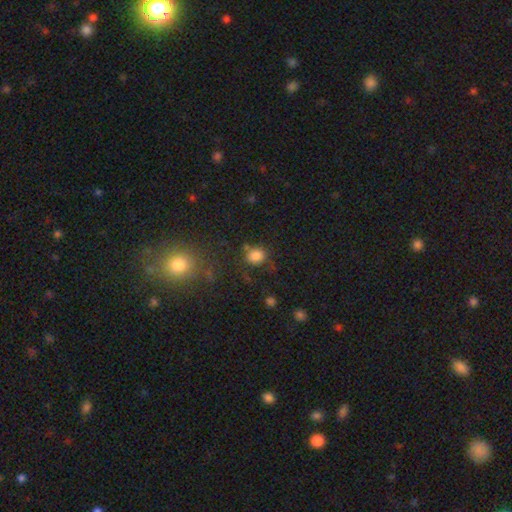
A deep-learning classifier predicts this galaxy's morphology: Overall: smooth (81%). How rounded: round (74%). Merging: none (68%).